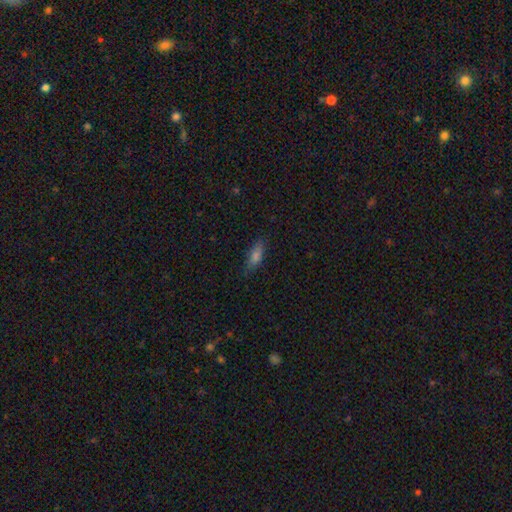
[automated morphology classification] A smooth galaxy with no disk features (74%) that is in between round and cigar-shaped (61%). Merging: none (80%).